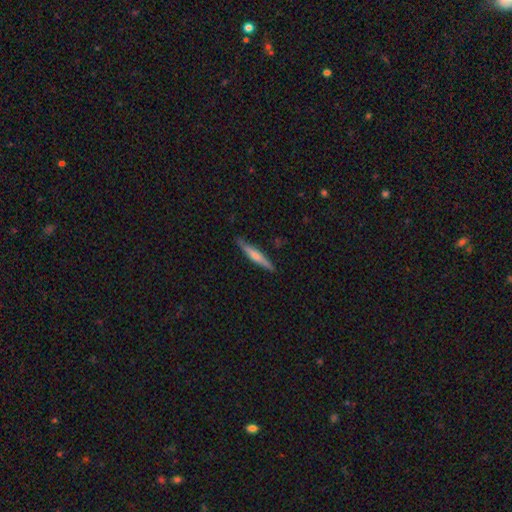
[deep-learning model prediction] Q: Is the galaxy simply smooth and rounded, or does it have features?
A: smooth — 50%.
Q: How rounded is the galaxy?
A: cigar-shaped — 92%.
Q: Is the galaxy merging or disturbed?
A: none — 85%.